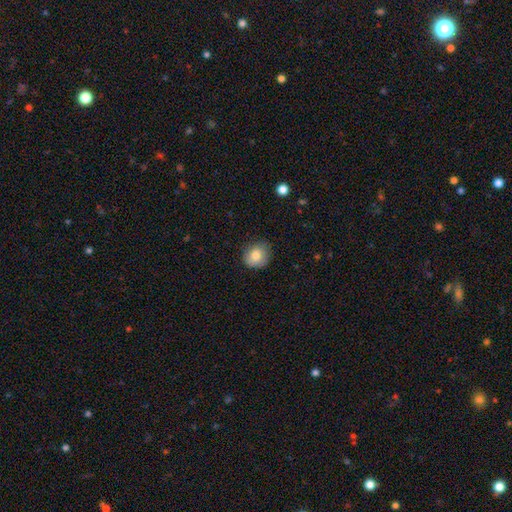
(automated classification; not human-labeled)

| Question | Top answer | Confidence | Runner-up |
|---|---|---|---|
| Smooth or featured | smooth | 82% | featured or disk (10%) |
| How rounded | round | 73% | in between (26%) |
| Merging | none | 77% | minor disturbance (18%) |